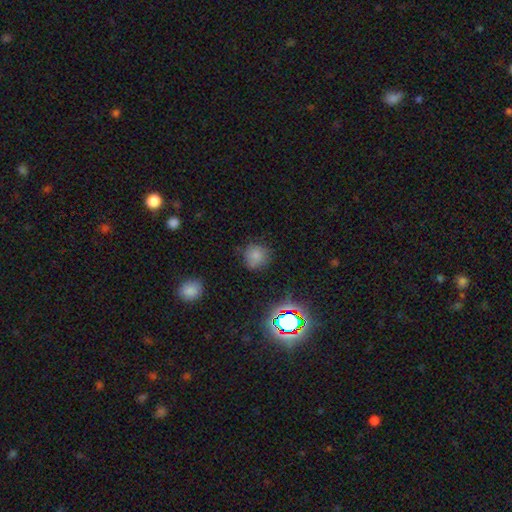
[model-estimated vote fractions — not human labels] Smooth or featured: smooth — 74% (star or artifact — 18%)
How rounded: round — 89% (in between — 10%)
Merging: none — 75% (minor disturbance — 18%)